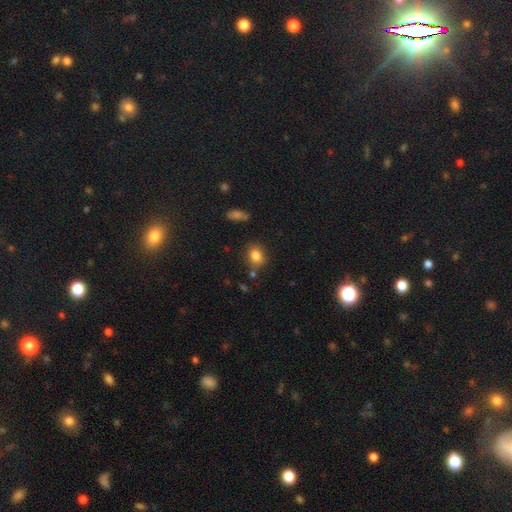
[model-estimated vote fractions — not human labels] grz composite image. It shows a smooth galaxy with no disk features (83%) that is in between round and cigar-shaped (54%). Merging: none (76%).